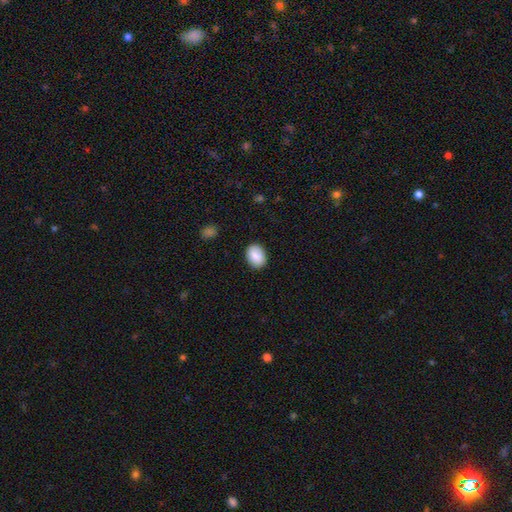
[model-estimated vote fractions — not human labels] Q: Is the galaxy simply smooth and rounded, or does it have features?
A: smooth — 89%.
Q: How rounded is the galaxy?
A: in between — 69%.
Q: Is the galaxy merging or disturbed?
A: none — 88%.